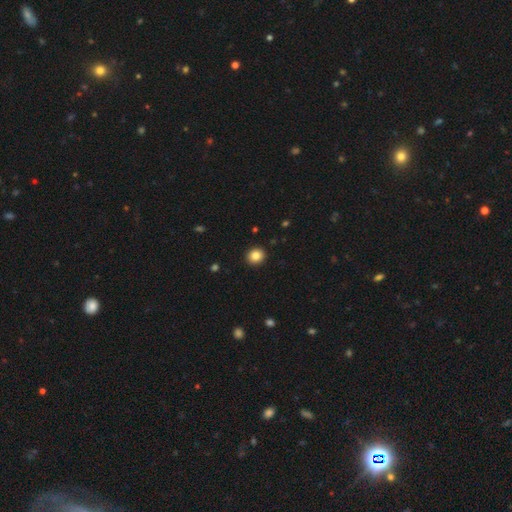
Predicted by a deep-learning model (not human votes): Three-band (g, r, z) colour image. It shows a smooth galaxy with no disk features (84%) that is round (85%). Merging: none (93%).